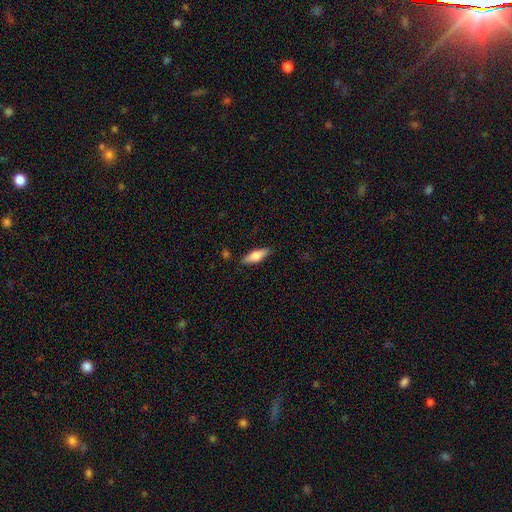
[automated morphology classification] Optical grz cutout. It shows a smooth galaxy with no disk features (65%) that is in between round and cigar-shaped (58%). Merging: none (85%).